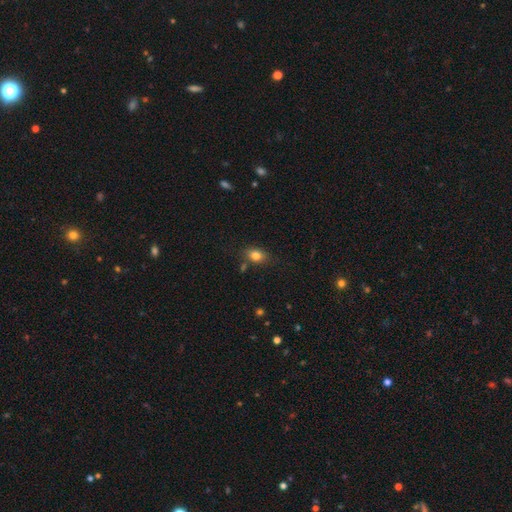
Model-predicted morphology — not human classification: Smooth or featured? smooth (82%)
How rounded? in between (72%)
Merging? none (74%)